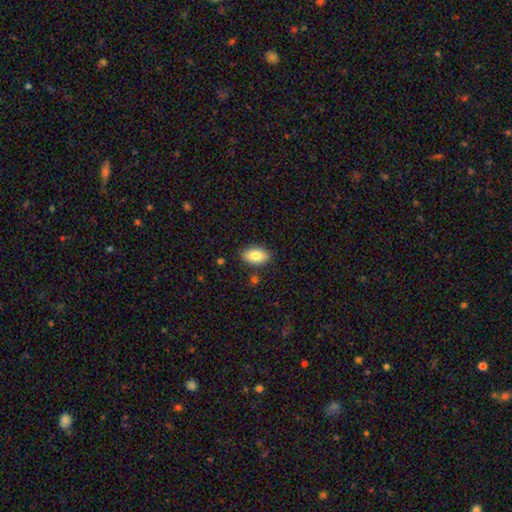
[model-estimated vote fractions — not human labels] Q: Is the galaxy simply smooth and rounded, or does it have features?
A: smooth — 81%.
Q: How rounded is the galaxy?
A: in between — 93%.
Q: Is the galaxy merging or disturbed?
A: none — 86%.